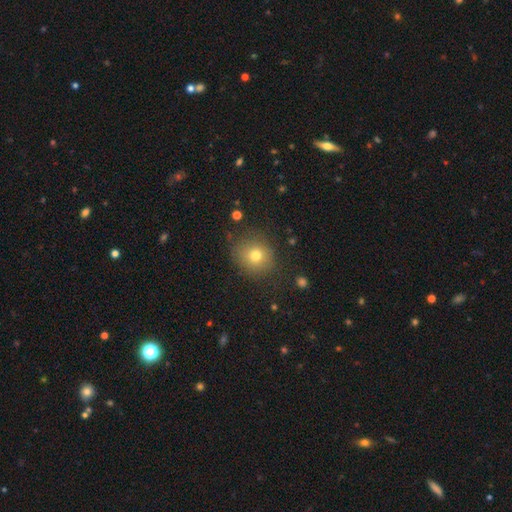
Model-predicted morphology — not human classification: The model was most divided on "smooth or featured": smooth: 74%, star or artifact: 14%, featured or disk: 12%. More confident: how rounded — round (80%); merging — none (80%).